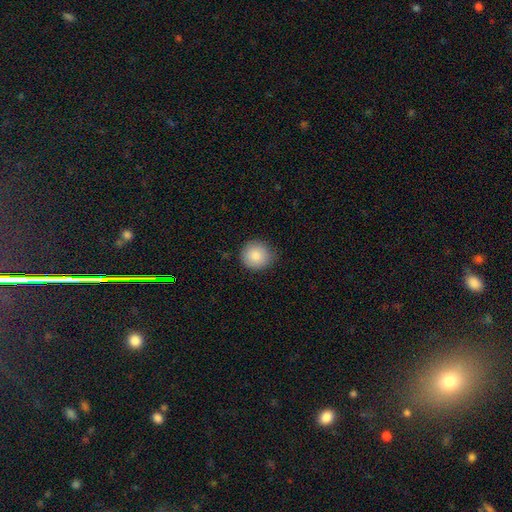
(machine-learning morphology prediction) Smooth or featured: smooth — 86% (star or artifact — 8%)
How rounded: round — 91% (in between — 8%)
Merging: none — 83% (minor disturbance — 13%)